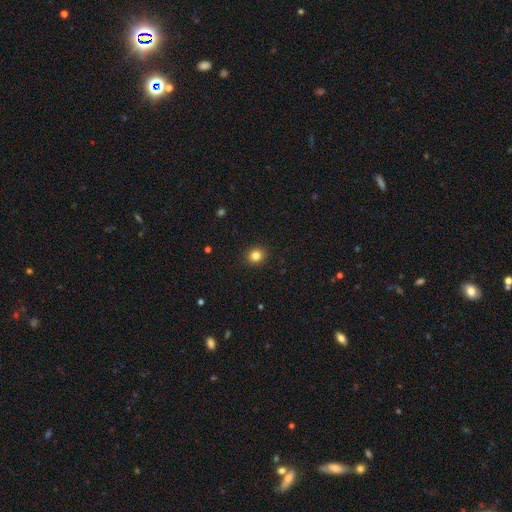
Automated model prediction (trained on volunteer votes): smooth 83%, star or artifact 12%, featured or disk 5%. Down the decision tree: how rounded — round (83%); merging — none (92%).